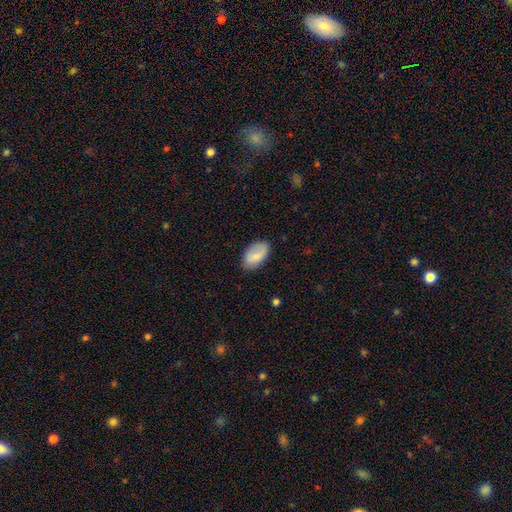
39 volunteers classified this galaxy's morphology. Smooth or featured? 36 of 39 (92%) said smooth. How rounded? 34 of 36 (94%) said in between. Merging? 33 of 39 (85%) said none.